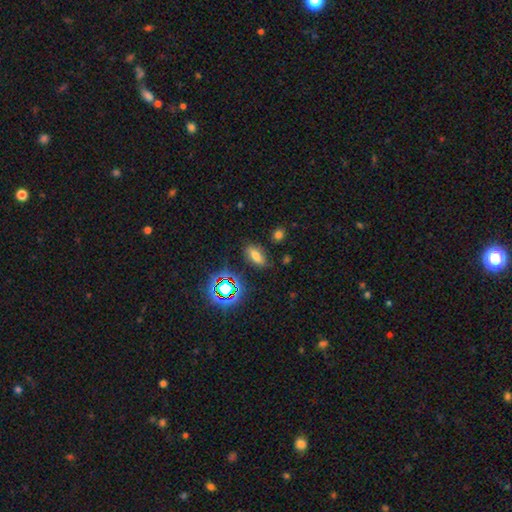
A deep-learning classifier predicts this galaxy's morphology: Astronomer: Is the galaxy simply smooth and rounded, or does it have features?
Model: smooth — 63%.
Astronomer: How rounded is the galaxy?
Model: in between — 79%.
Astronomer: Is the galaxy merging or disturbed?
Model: none — 78%.